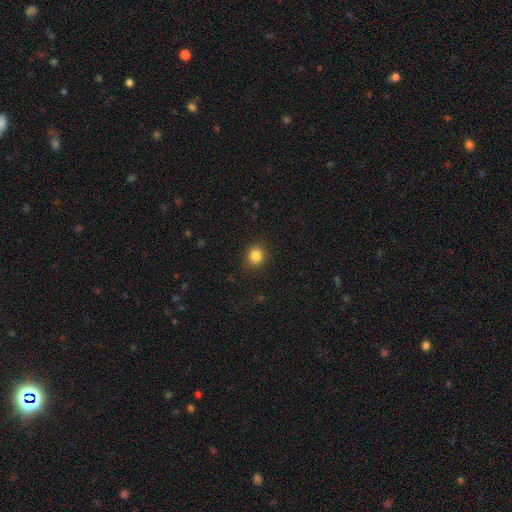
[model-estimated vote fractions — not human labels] A smooth galaxy with no disk features (85%) that is round (82%). Merging: none (89%).